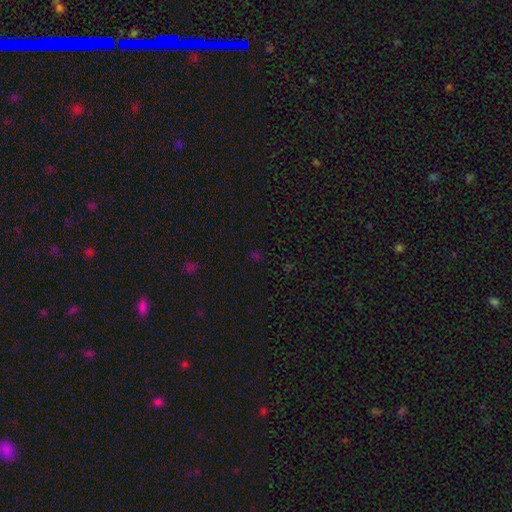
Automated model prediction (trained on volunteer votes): star or artifact 61%, smooth 32%, featured or disk 7%.